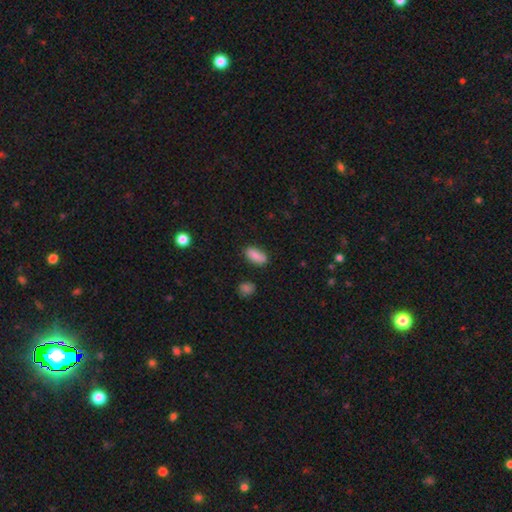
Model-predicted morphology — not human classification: Smooth or featured? Predicted: smooth (p=0.85). How rounded? Predicted: in between (p=0.88). Merging? Predicted: none (p=0.78).